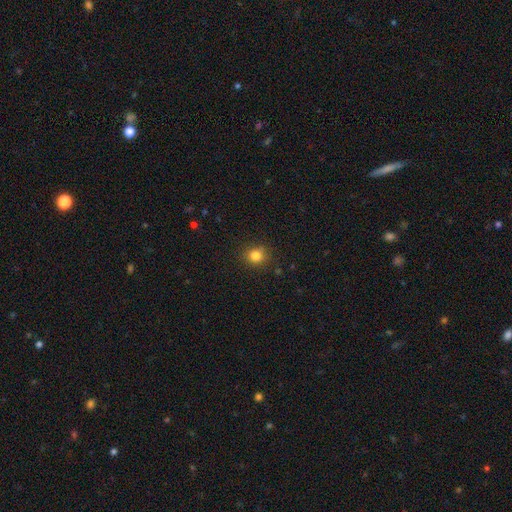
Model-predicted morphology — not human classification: smooth_or_featured: smooth (p=0.82) [alt: star or artifact p=0.13]
how_rounded: round (p=0.83) [alt: in between p=0.16]
merging: none (p=0.85) [alt: minor disturbance p=0.11]